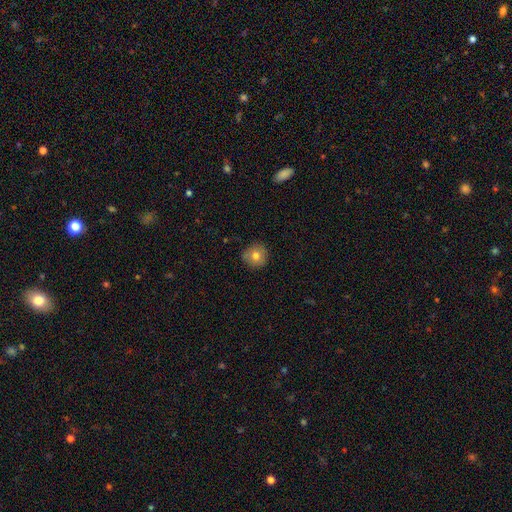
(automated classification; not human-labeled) Morphology: type=smooth (77%); roundness=round (93%); merging=none (86%).